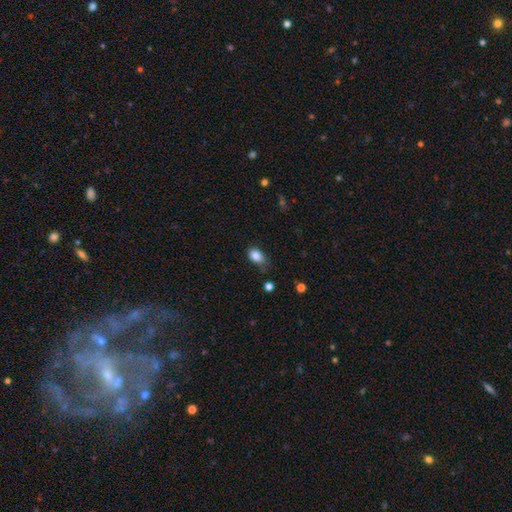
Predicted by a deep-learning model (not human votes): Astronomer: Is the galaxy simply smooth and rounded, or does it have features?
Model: smooth — 86%.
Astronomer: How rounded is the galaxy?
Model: in between — 83%.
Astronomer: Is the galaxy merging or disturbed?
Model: none — 58%.